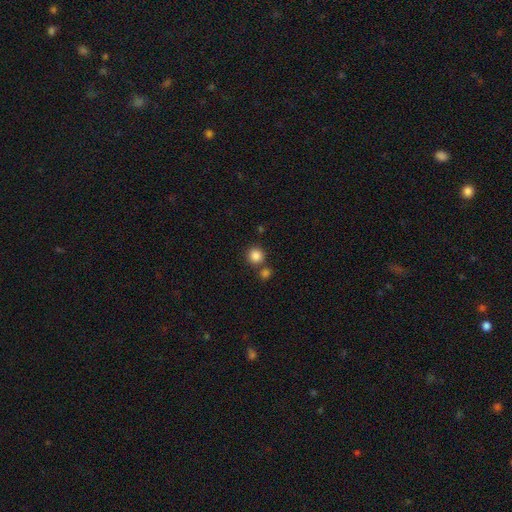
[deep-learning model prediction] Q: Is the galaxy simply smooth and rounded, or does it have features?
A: smooth — 85%.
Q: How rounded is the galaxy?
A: round — 93%.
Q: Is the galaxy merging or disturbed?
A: none — 74%.